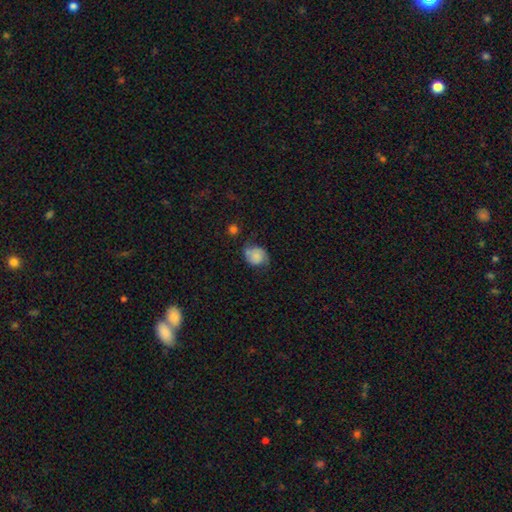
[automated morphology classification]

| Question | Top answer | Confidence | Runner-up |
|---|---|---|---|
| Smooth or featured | smooth | 56% | featured or disk (34%) |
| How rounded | round | 61% | in between (38%) |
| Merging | none | 51% | minor disturbance (31%) |